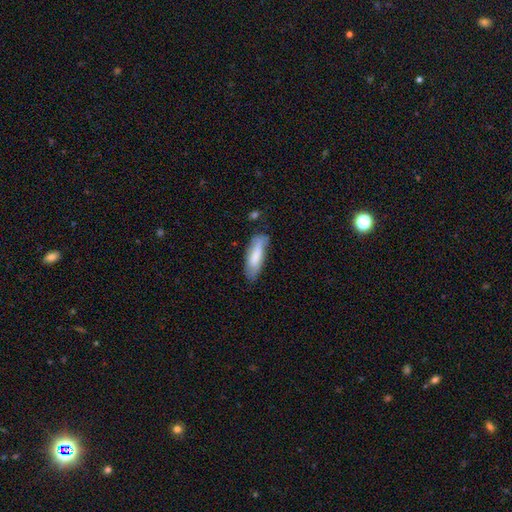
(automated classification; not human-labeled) Q: Smooth or featured?
A: smooth (75%); runner-up: featured or disk (19%)
Q: How rounded?
A: in between (53%); runner-up: cigar-shaped (46%)
Q: Merging?
A: none (61%); runner-up: minor disturbance (28%)